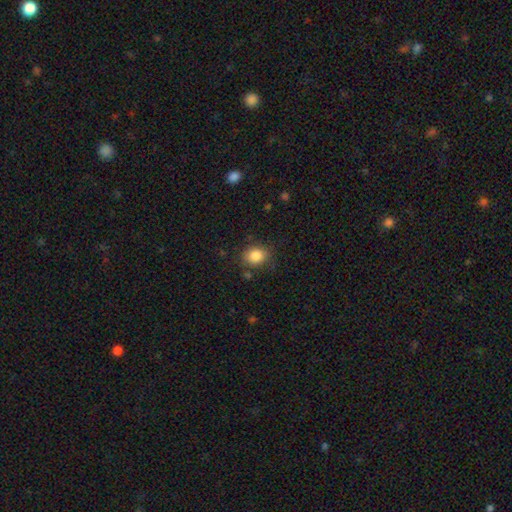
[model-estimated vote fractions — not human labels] This is clearly a smooth galaxy (86%). How rounded: likely round (62%). Merging: likely none (79%).